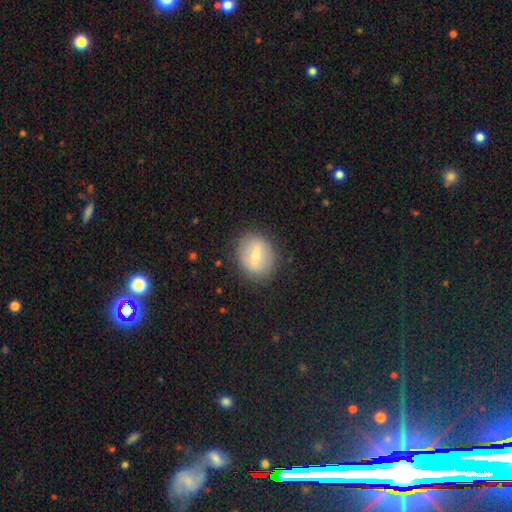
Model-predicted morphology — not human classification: Q: Smooth or featured?
A: smooth (59%); runner-up: featured or disk (33%)
Q: How rounded?
A: in between (54%); runner-up: round (44%)
Q: Merging?
A: none (81%); runner-up: minor disturbance (13%)